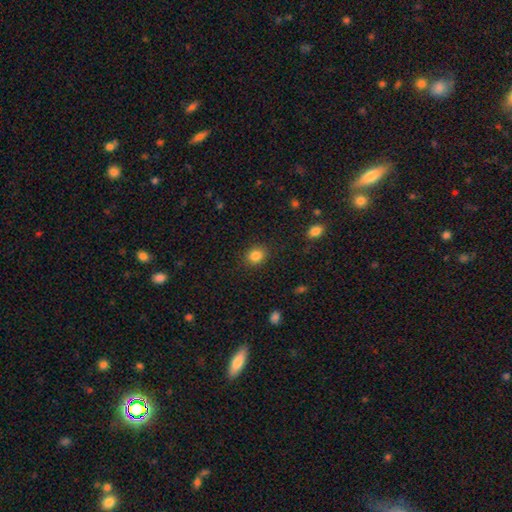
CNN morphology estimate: smooth-or-featured: smooth: 84% | star or artifact: 11% | featured or disk: 5%
  how-rounded: round: 69% | in between: 31% | cigar-shaped: 1%
  merging: none: 88% | minor disturbance: 8% | major disturbance: 3% | merger: 1%